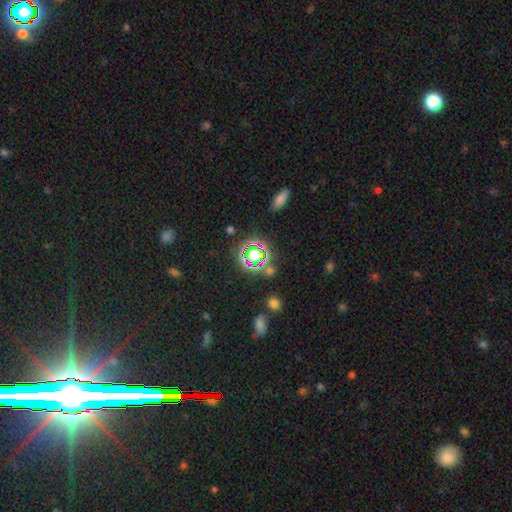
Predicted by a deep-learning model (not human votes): Smooth or featured?
  - star or artifact: 62% *
  - smooth: 28%
  - featured or disk: 10%